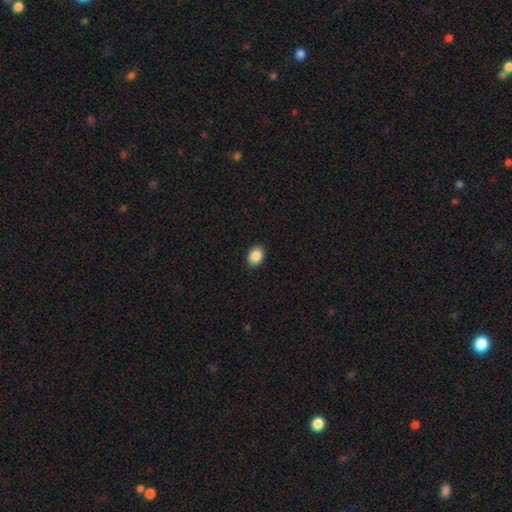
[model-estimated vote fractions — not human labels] smooth 88%, star or artifact 8%, featured or disk 4%. Down the decision tree: how rounded — in between (71%); merging — none (90%).